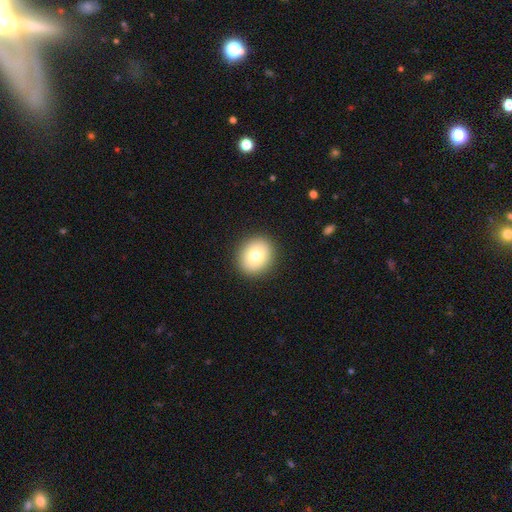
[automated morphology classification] Smooth or featured? smooth (79%)
How rounded? round (74%)
Merging? none (91%)